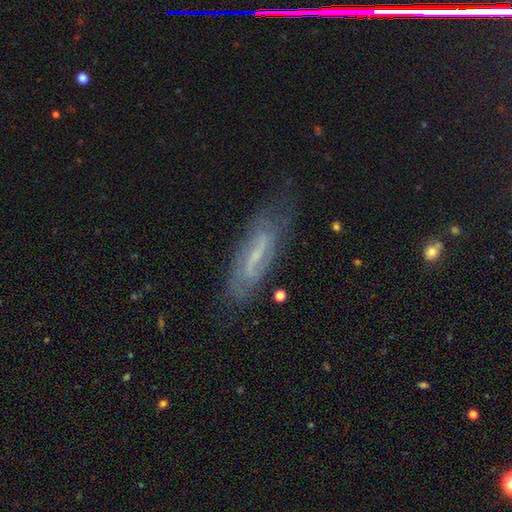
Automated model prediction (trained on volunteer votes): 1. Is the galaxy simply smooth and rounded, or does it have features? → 71% featured or disk, 20% smooth, 9% star or artifact.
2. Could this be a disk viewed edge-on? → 74% no, 26% yes.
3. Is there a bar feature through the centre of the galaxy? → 45% weak, 36% strong, 19% no.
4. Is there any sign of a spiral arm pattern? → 82% yes, 18% no.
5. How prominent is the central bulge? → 55% small, 23% none, 19% moderate, 2% large, 1% dominant.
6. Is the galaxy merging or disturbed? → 69% none, 21% minor disturbance, 8% major disturbance, 2% merger.